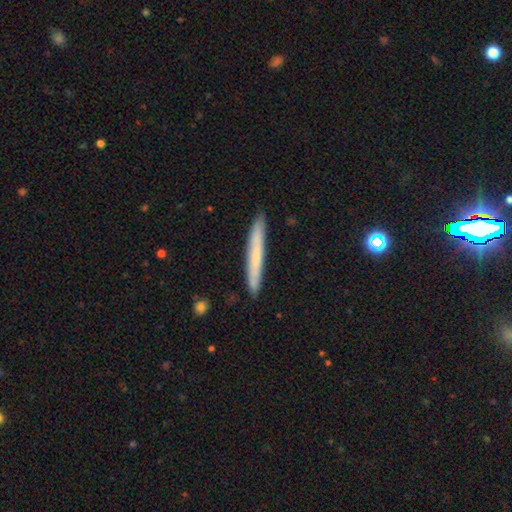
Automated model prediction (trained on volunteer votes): smooth-or-featured: smooth: 62% | featured or disk: 32% | star or artifact: 6%
  how-rounded: cigar-shaped: 97% | in between: 2% | round: 1%
  merging: none: 91% | minor disturbance: 7% | major disturbance: 1% | merger: 1%